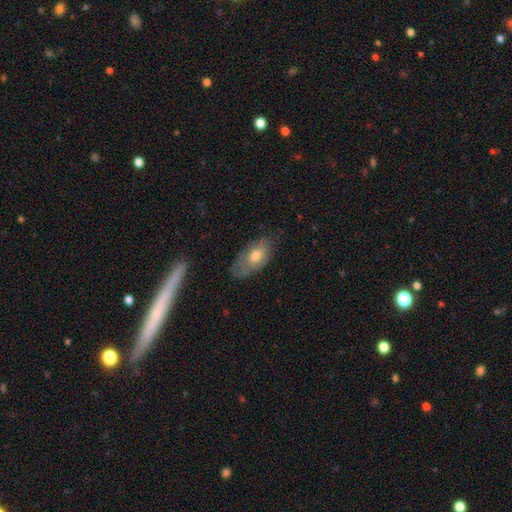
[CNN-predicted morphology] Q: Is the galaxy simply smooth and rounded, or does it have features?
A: smooth — 57%.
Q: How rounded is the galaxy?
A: in between — 90%.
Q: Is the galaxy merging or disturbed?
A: none — 52%.